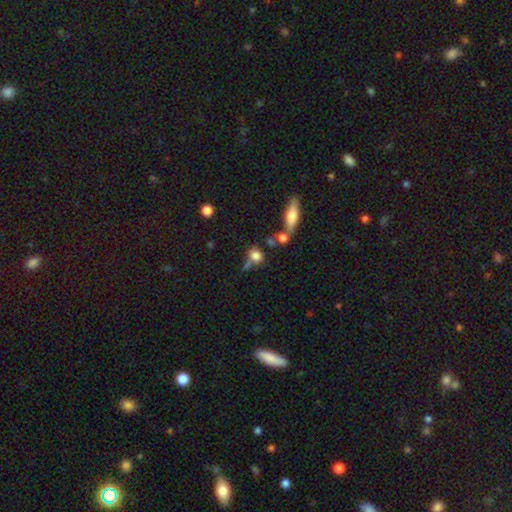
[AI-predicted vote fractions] The model was most divided on "merging": none: 51%, merger: 27%, minor disturbance: 14%, major disturbance: 7%. More confident: smooth or featured — smooth (77%); how rounded — round (64%).